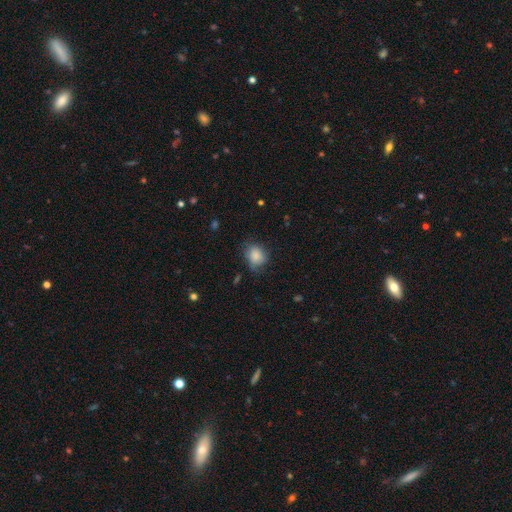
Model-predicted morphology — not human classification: Smooth or featured? Predicted: smooth (p=0.83). How rounded? Predicted: round (p=0.59). Merging? Predicted: none (p=0.62).